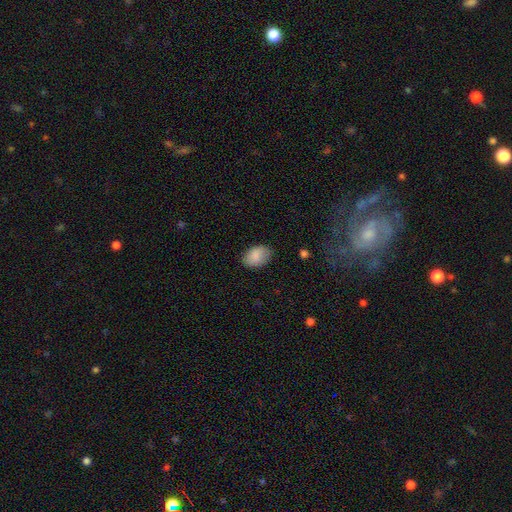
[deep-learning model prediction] This appears to be a smooth galaxy with no disk features (87%) that is in between round and cigar-shaped (88%). Merging: none (80%).